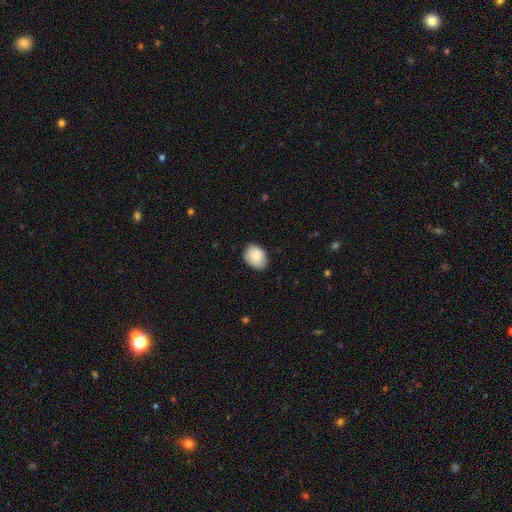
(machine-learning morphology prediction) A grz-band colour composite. It shows a smooth galaxy with no disk features (88%) that is in between round and cigar-shaped (70%). Merging: none (78%).